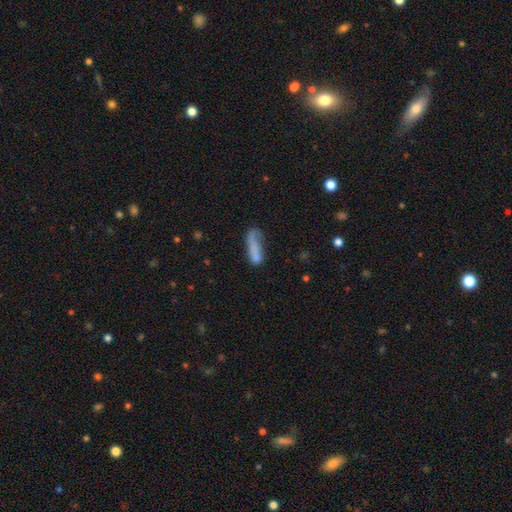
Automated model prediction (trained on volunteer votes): This appears to be a smooth galaxy with no disk features (68%) that is cigar-shaped (49%). Merging: none (35%).